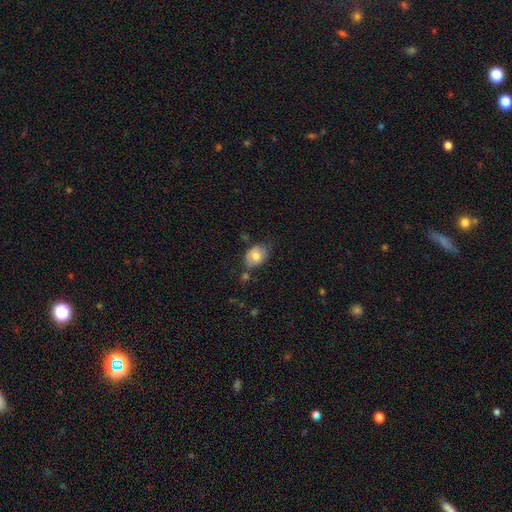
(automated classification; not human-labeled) Morphology: type=smooth (68%); roundness=in between (76%); merging=none (48%).